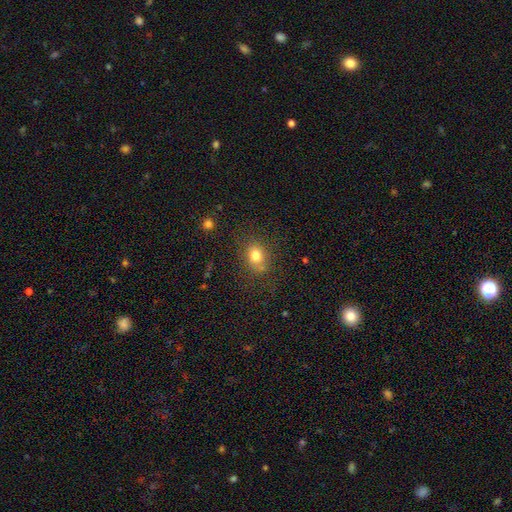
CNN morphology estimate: smooth-or-featured: smooth: 78% | star or artifact: 13% | featured or disk: 10%
  how-rounded: round: 51% | in between: 48% | cigar-shaped: 1%
  merging: none: 72% | minor disturbance: 17% | major disturbance: 6% | merger: 5%